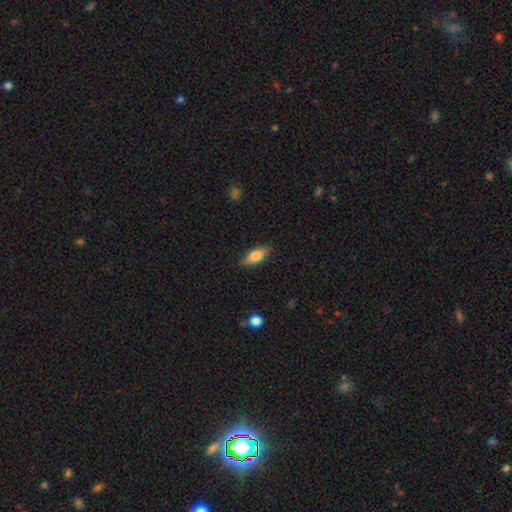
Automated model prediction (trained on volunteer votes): This is likely a smooth galaxy (78%). How rounded: likely in between (73%). Merging: clearly none (86%).